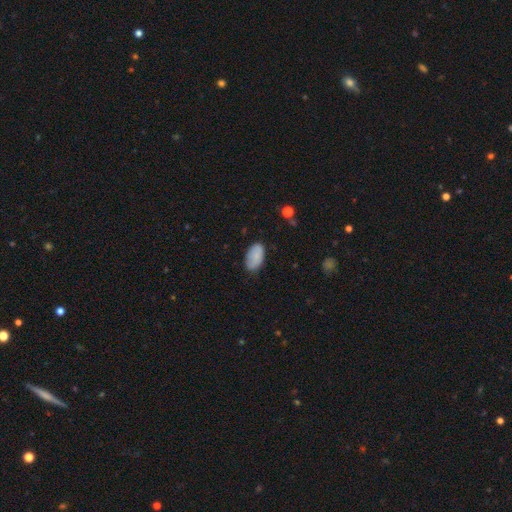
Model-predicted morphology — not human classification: type=smooth (81%); roundness=in between (94%); merging=none (74%).